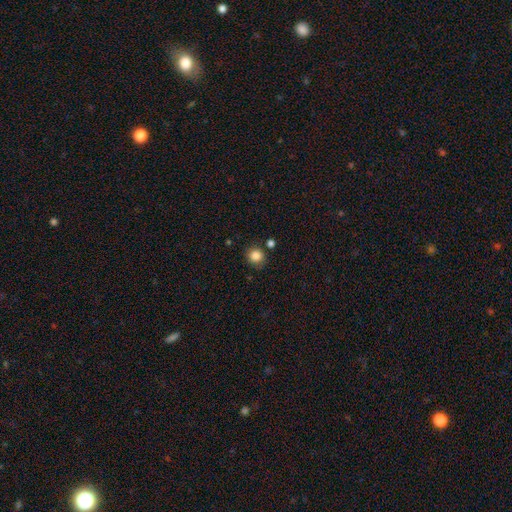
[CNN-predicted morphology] smooth_or_featured: smooth (p=0.86) [alt: star or artifact p=0.10]
how_rounded: round (p=0.88) [alt: in between p=0.11]
merging: none (p=0.81) [alt: minor disturbance p=0.11]